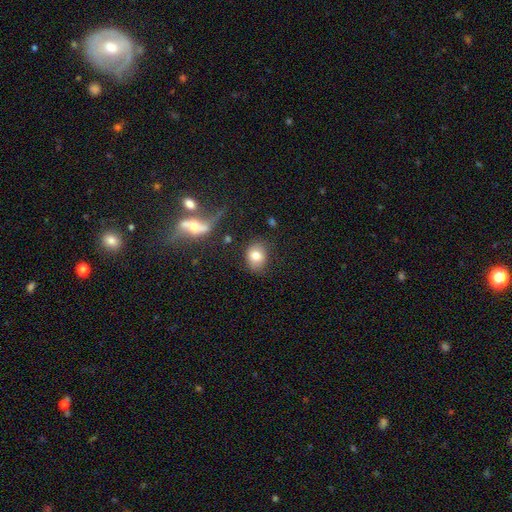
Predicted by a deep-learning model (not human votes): This appears to be a smooth galaxy with no disk features (79%) that is in between round and cigar-shaped (52%). Merging: none (73%).